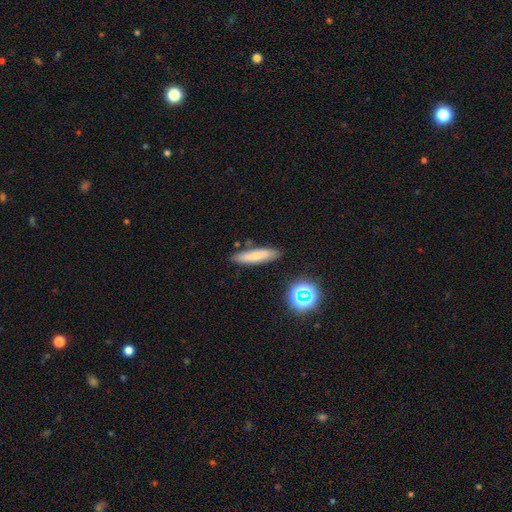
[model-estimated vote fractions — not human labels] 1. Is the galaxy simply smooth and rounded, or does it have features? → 71% smooth, 19% featured or disk, 11% star or artifact.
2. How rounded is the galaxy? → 74% cigar-shaped, 23% in between, 3% round.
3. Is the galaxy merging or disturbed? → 84% none, 11% minor disturbance, 3% merger, 2% major disturbance.